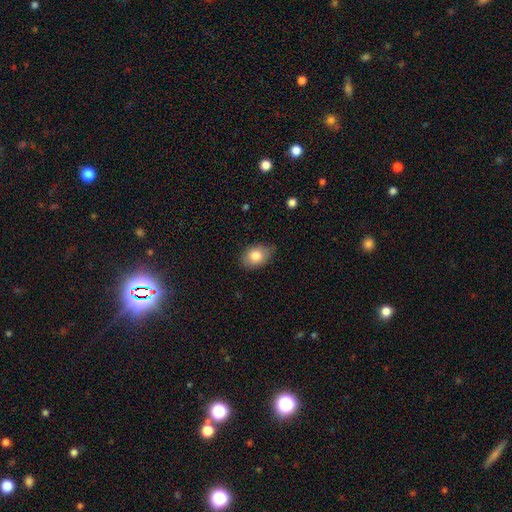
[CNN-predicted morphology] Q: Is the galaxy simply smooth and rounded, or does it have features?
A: smooth — 83%.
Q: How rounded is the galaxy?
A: in between — 76%.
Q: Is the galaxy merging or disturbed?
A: none — 75%.